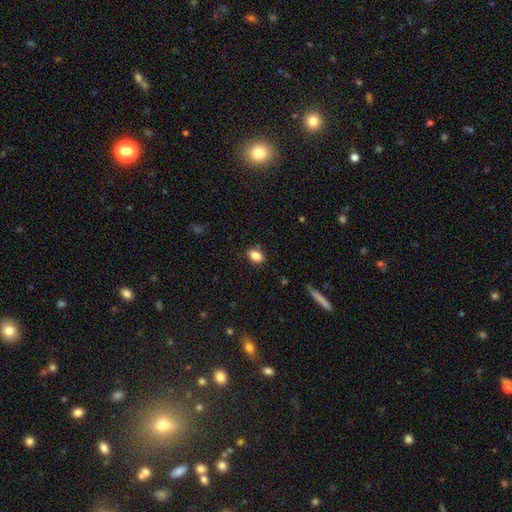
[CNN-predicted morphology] A smooth galaxy with no disk features (85%) that is in between round and cigar-shaped (78%). Merging: none (82%).